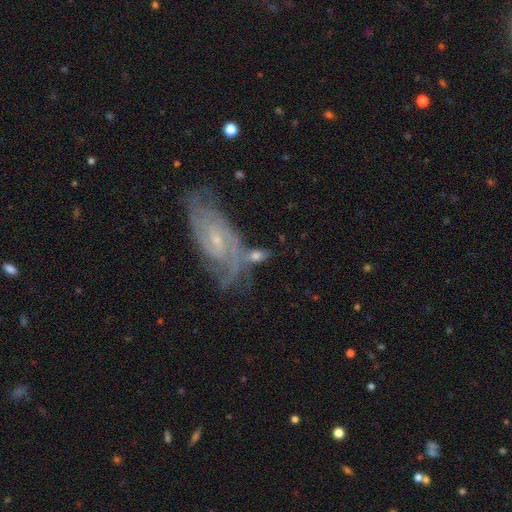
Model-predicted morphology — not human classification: This appears to be a smooth galaxy with no disk features (47%). Merging: none (41%).